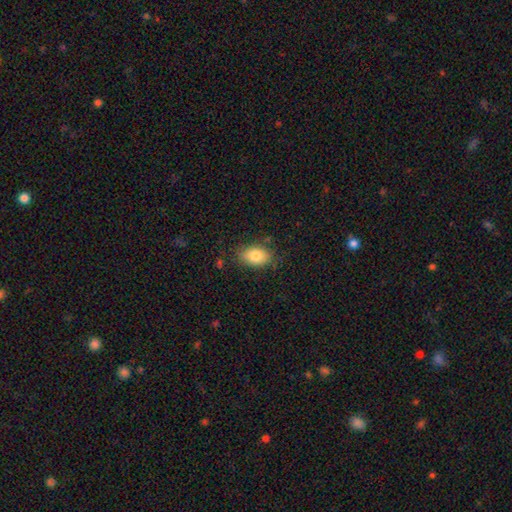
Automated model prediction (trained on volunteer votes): smooth_or_featured: smooth (p=0.81) [alt: featured or disk p=0.10]
how_rounded: in between (p=0.86) [alt: round p=0.13]
merging: none (p=0.80) [alt: minor disturbance p=0.14]